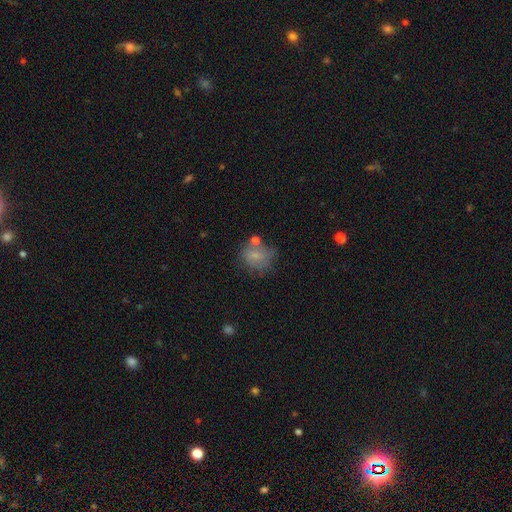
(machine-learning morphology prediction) This appears to be a smooth galaxy with no disk features (63%) that is round (61%). Merging: none (50%).